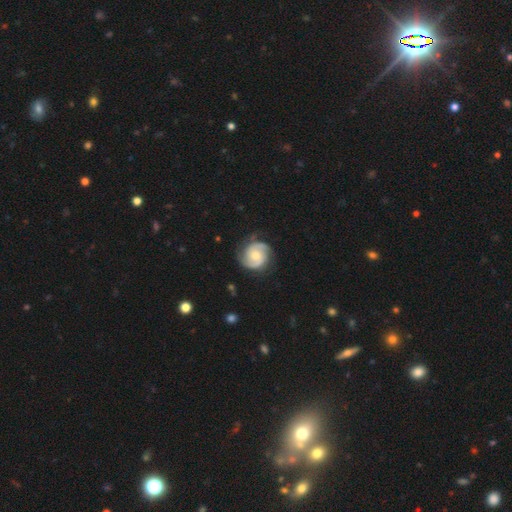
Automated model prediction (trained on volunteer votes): This appears to be a featured or disk galaxy (84%) with no bar (63%), 2 (87%) tight (47%) spiral arms (97%) and a moderate central bulge (50%). Merging: none (79%).